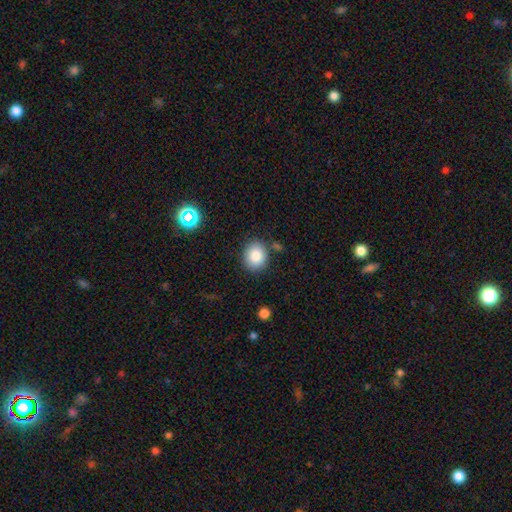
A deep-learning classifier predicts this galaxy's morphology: smooth-or-featured: smooth: 85% | star or artifact: 9% | featured or disk: 6%
  how-rounded: round: 63% | in between: 36% | cigar-shaped: 1%
  merging: none: 81% | minor disturbance: 11% | merger: 5% | major disturbance: 3%